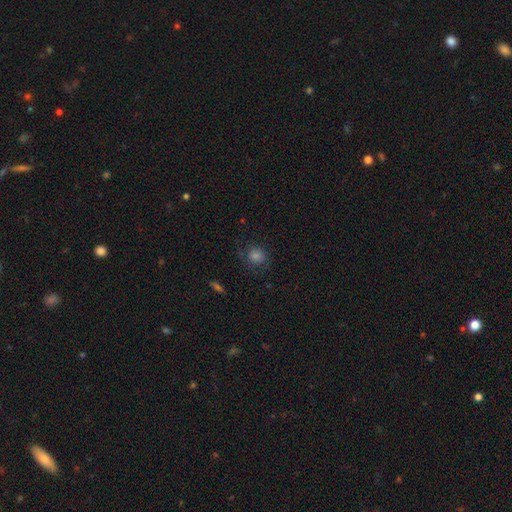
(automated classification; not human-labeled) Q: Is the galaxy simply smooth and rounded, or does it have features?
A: smooth — 65%.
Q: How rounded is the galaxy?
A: round — 86%.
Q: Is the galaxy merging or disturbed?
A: none — 74%.